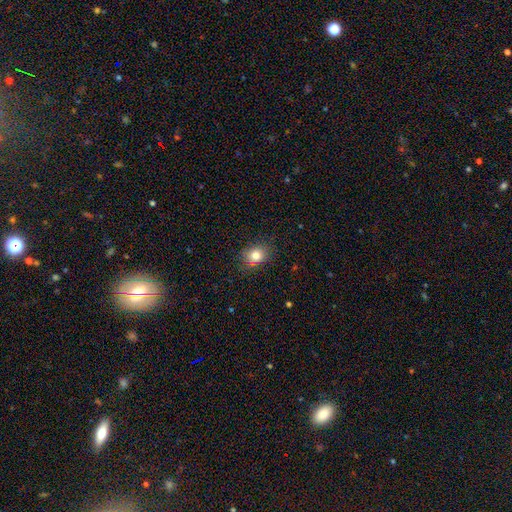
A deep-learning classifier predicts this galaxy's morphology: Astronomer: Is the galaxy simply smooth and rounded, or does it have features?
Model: smooth — 81%.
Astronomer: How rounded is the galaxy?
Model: round — 57% (runner-up: in between, 42%).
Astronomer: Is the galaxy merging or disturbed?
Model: none — 79%.